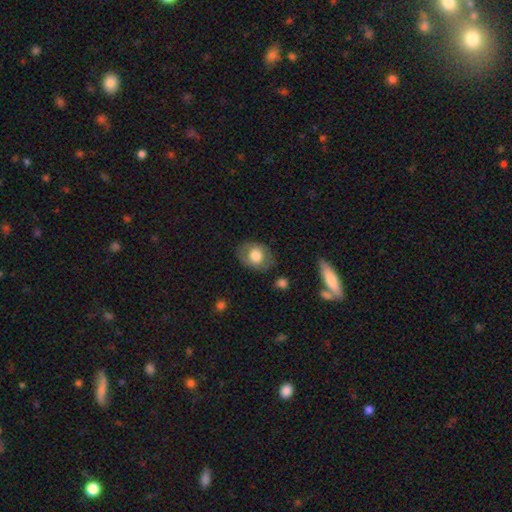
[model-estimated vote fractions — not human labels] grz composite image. It shows a smooth galaxy with no disk features (67%) that is in between round and cigar-shaped (63%). Merging: none (78%).